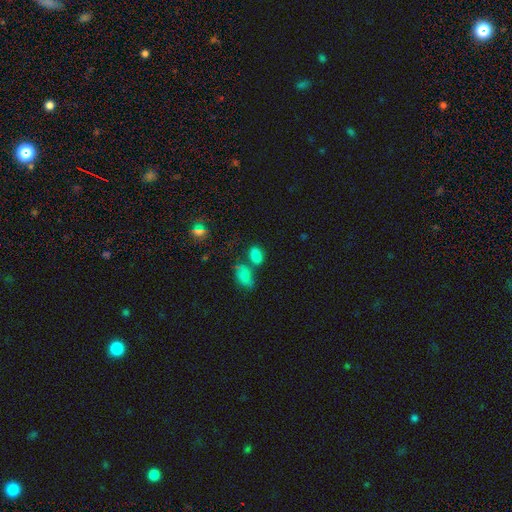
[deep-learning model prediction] smooth-or-featured: smooth: 79% | star or artifact: 14% | featured or disk: 7%
  how-rounded: in between: 89% | round: 9% | cigar-shaped: 2%
  merging: none: 50% | merger: 30% | minor disturbance: 13% | major disturbance: 6%